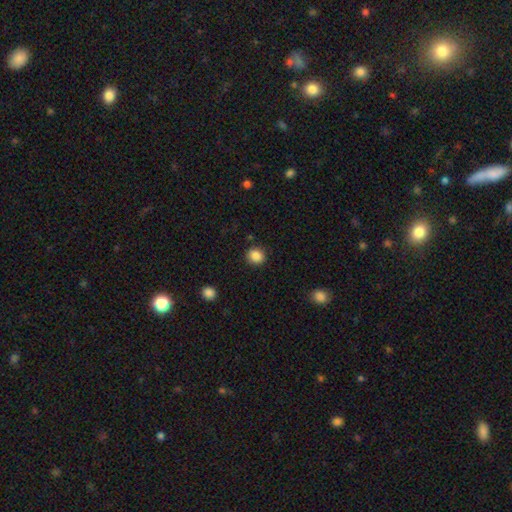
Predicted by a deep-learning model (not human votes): This is clearly a smooth galaxy (86%). How rounded: clearly round (86%). Merging: clearly none (90%).